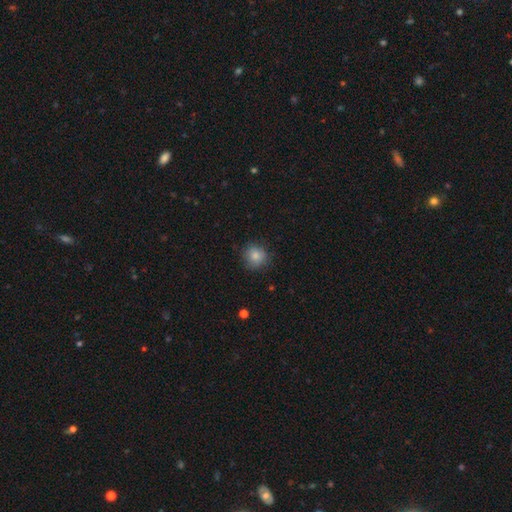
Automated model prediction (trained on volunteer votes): Smooth or featured?
  - smooth: 82% *
  - star or artifact: 10%
  - featured or disk: 8%
How rounded?
  - round: 89% *
  - in between: 10%
  - cigar-shaped: 1%
Merging?
  - none: 82% *
  - minor disturbance: 14%
  - major disturbance: 3%
  - merger: 1%